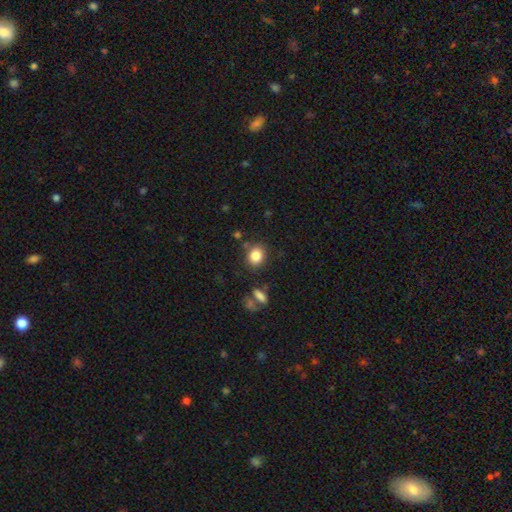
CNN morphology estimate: smooth_or_featured: smooth (p=0.84) [alt: star or artifact p=0.10]
how_rounded: round (p=0.65) [alt: in between p=0.34]
merging: none (p=0.79) [alt: minor disturbance p=0.12]